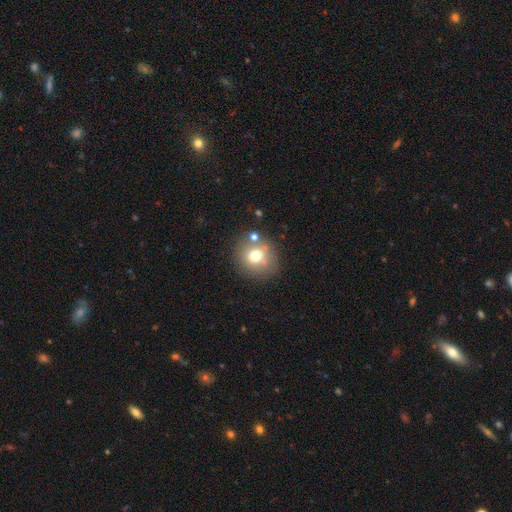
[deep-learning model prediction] smooth-or-featured: smooth: 68% | featured or disk: 19% | star or artifact: 13%
  how-rounded: round: 85% | in between: 14% | cigar-shaped: 1%
  merging: none: 73% | minor disturbance: 12% | merger: 10% | major disturbance: 5%